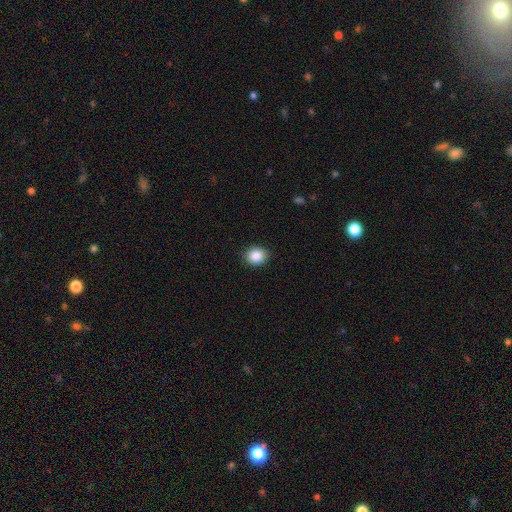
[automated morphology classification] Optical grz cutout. It shows a smooth galaxy with no disk features (87%) that is round (69%). Merging: none (90%).